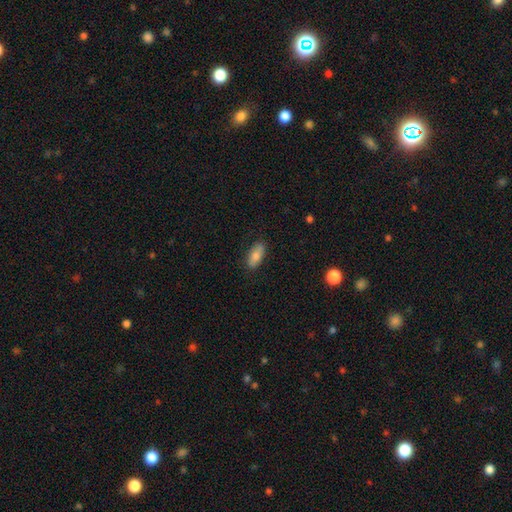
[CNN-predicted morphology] A smooth galaxy with no disk features (77%) that is in between round and cigar-shaped (85%). Merging: none (86%).